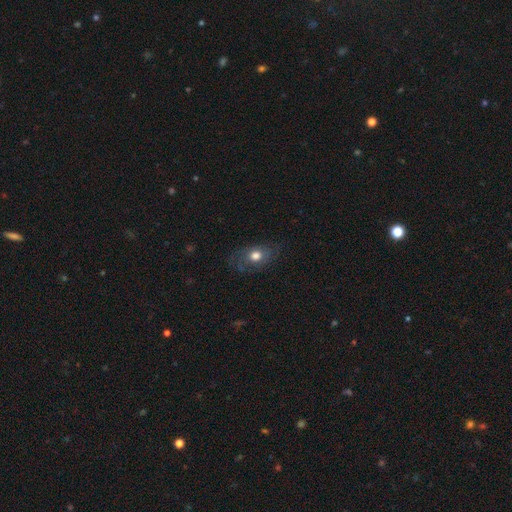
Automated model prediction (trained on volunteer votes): smooth_or_featured: smooth (p=0.49) [alt: featured or disk p=0.42]
merging: none (p=0.69) [alt: minor disturbance p=0.20]